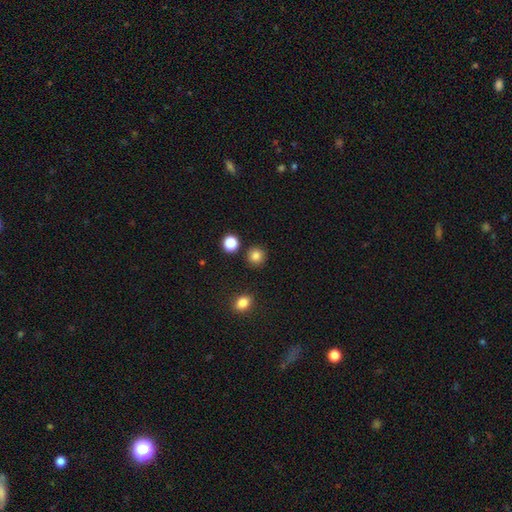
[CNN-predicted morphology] The model was most divided on "smooth or featured": smooth: 84%, star or artifact: 12%, featured or disk: 4%. More confident: how rounded — round (92%); merging — none (88%).